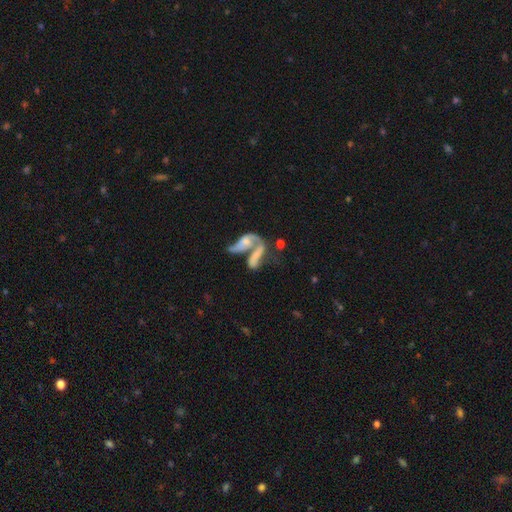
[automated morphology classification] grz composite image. It shows a featured or disk galaxy (57%) with no bar (65%), spiral arms (61%) and a small central bulge (35%). Merging: merger (72%).